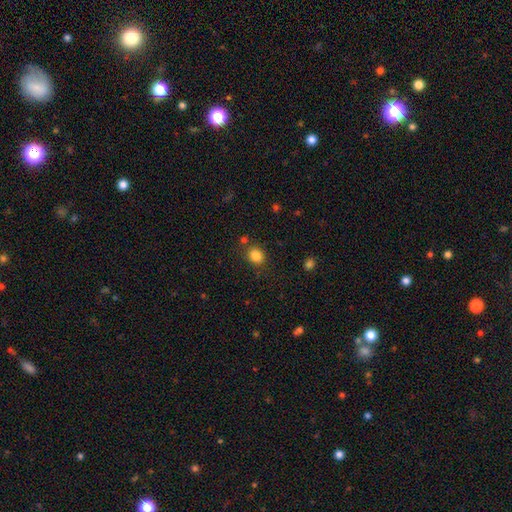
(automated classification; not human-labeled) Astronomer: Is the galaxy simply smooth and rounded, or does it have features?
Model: smooth — 83%.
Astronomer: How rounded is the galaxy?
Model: round — 73%.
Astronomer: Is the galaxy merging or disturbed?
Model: none — 80%.